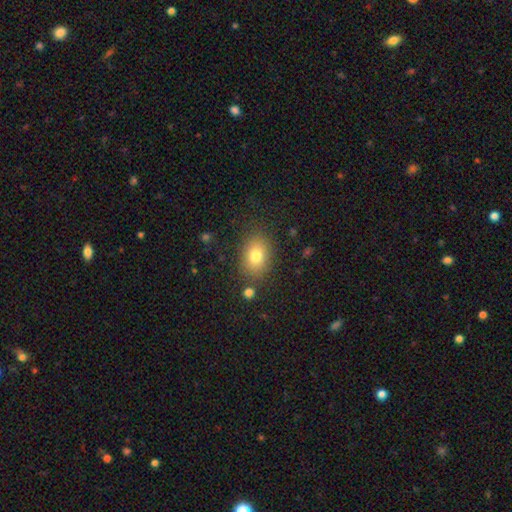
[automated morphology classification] This appears to be a smooth galaxy with no disk features (79%) that is in between round and cigar-shaped (74%). Merging: none (82%).